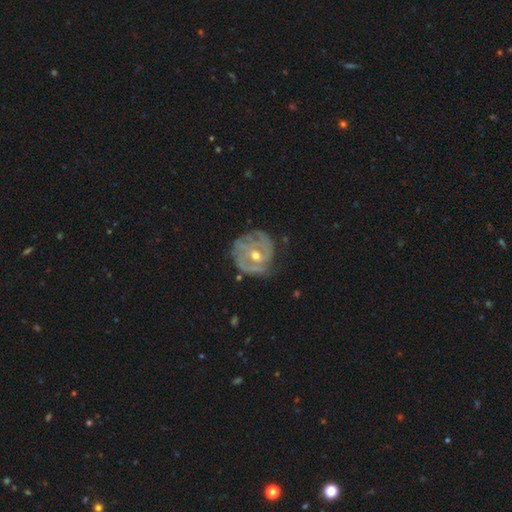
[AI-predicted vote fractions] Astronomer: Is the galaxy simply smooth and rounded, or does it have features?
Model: featured or disk — 83%.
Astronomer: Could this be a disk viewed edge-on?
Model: no — 97%.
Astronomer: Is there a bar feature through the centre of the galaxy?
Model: no — 65%.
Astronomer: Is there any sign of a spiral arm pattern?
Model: yes — 90%.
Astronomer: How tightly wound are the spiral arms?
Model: tight — 60%.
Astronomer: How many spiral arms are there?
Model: can't tell — 33% (runner-up: 3, 26%).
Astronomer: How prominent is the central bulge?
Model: moderate — 63%.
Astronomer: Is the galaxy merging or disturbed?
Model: none — 65%.